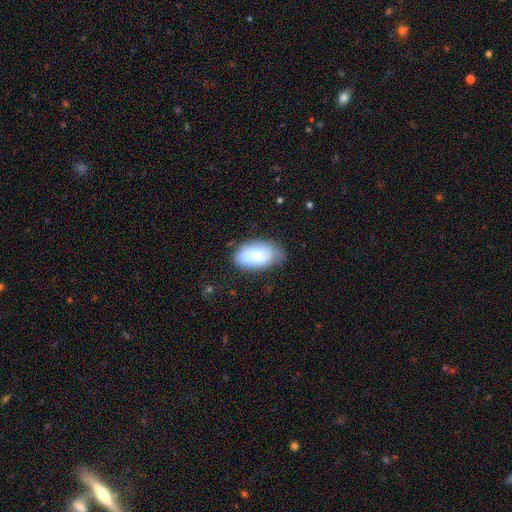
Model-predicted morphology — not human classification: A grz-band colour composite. It shows a smooth galaxy with no disk features (74%) that is in between round and cigar-shaped (94%). Merging: none (64%).